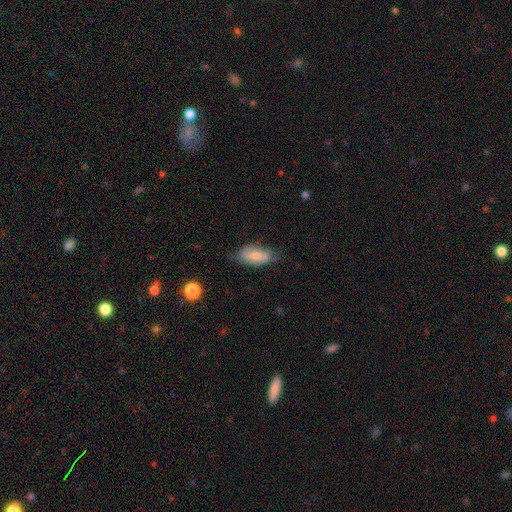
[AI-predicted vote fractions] smooth_or_featured: smooth (p=0.64) [alt: featured or disk p=0.29]
how_rounded: in between (p=0.90) [alt: cigar-shaped p=0.06]
merging: none (p=0.58) [alt: minor disturbance p=0.31]